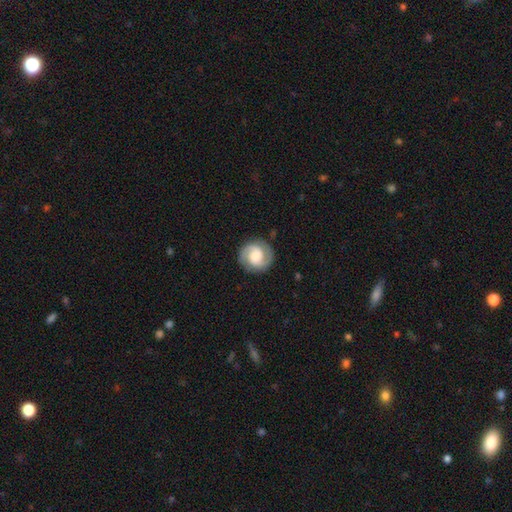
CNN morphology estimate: A featured or disk galaxy (76%) with no bar (52%), 2 (91%) tight (48%) spiral arms (96%) and a large central bulge (38%). Merging: none (86%).